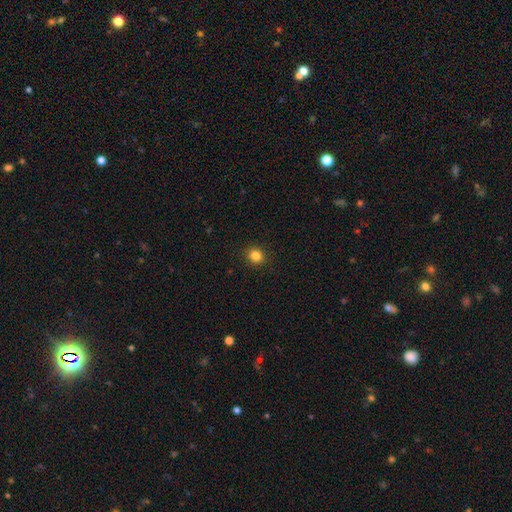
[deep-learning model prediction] Smooth or featured: smooth — 83% (star or artifact — 12%)
How rounded: round — 86% (in between — 13%)
Merging: none — 92% (minor disturbance — 5%)